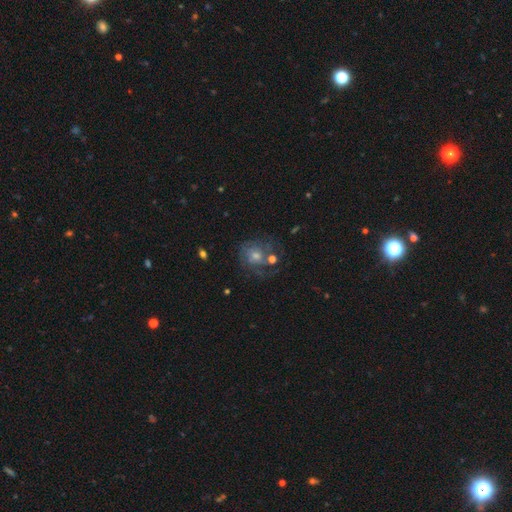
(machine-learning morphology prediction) A featured or disk galaxy (61%) with no bar (74%), spiral arms (76%) and a moderate central bulge (54%).

Vote fractions:
- Smooth or featured? featured or disk: 61% / smooth: 23% / star or artifact: 16%
- Edge-on disk? no: 97% / yes: 3%
- Bar? no: 74% / weak: 22% / strong: 4%
- Spiral arms? yes: 76% / no: 24%
- Bulge size? moderate: 54% / small: 35% / large: 6% / none: 4% / dominant: 2%
- Merging? none: 49% / major disturbance: 20% / minor disturbance: 17% / merger: 13%